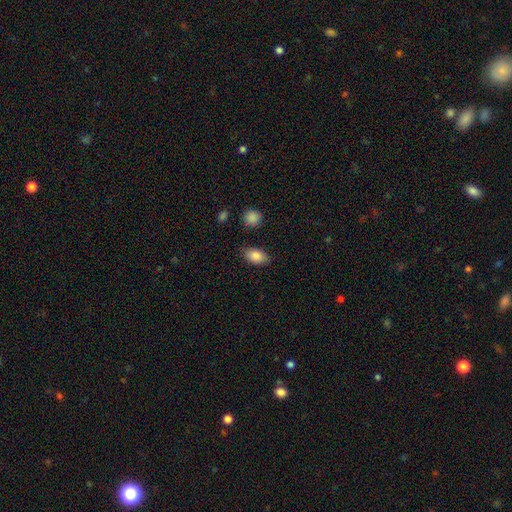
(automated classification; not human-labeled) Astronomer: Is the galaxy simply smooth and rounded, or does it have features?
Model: smooth — 86%.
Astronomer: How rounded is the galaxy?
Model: in between — 91%.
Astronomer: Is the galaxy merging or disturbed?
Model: none — 83%.